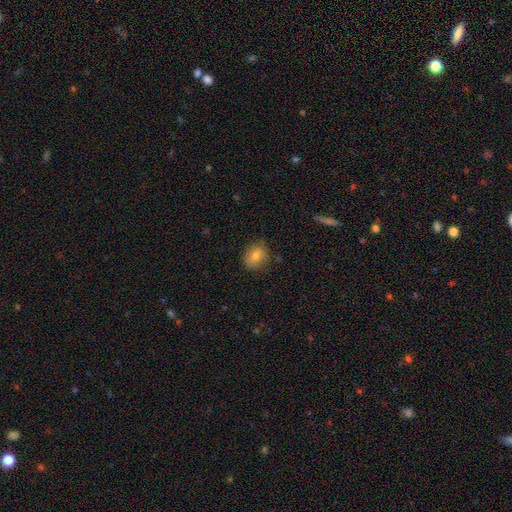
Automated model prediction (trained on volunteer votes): smooth 77%, featured or disk 13%, star or artifact 10%. Down the decision tree: how rounded — round (54%); merging — none (78%).